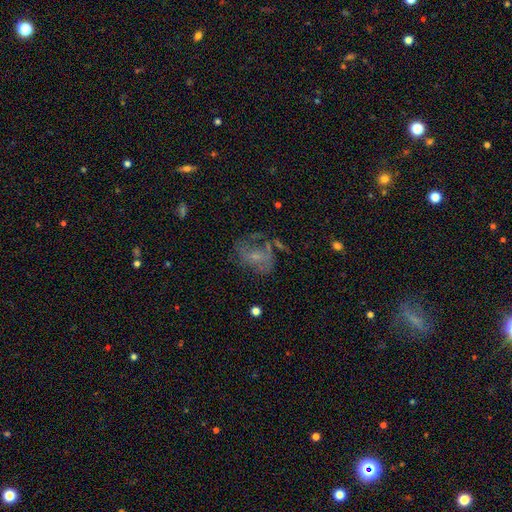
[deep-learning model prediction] This appears to be a featured or disk galaxy (55%) with no bar (66%), spiral arms (58%) and a small central bulge (56%). Merging: none (43%).